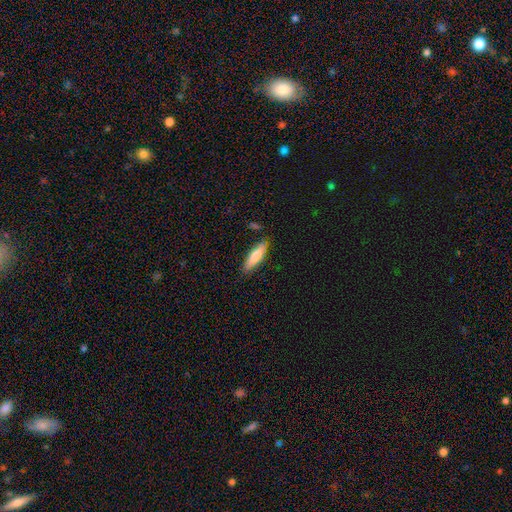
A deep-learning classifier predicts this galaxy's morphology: This appears to be a smooth galaxy with no disk features (71%) that is cigar-shaped (61%). Merging: none (84%).